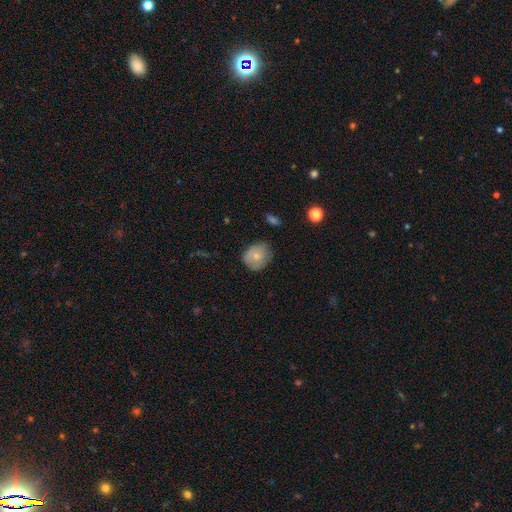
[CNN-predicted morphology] Smooth or featured: smooth — 68% (featured or disk — 24%)
How rounded: round — 64% (in between — 35%)
Merging: none — 64% (minor disturbance — 28%)